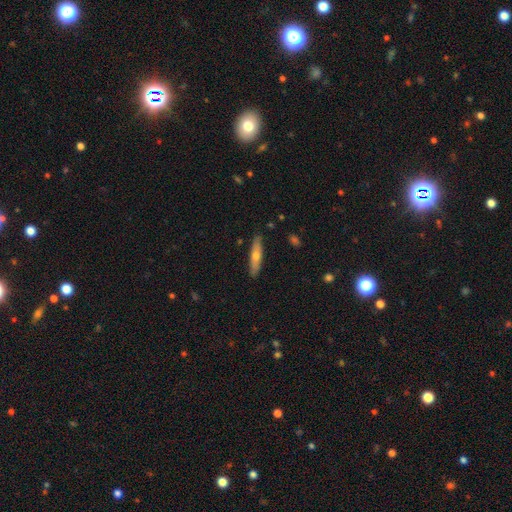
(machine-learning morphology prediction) Smooth or featured? smooth (53%)
How rounded? cigar-shaped (81%)
Merging? none (88%)